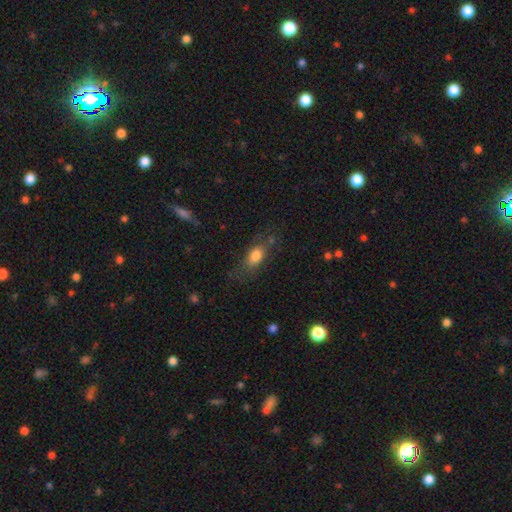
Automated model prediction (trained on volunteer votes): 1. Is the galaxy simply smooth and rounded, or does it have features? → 72% smooth, 20% featured or disk, 9% star or artifact.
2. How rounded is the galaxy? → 76% in between, 16% cigar-shaped, 8% round.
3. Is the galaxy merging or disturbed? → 63% none, 22% minor disturbance, 13% major disturbance, 3% merger.